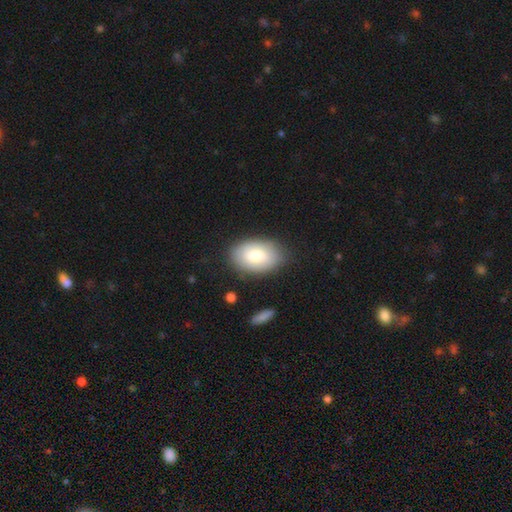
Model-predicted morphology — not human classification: Overall: smooth (74%). How rounded: in between (90%). Merging: none (80%).